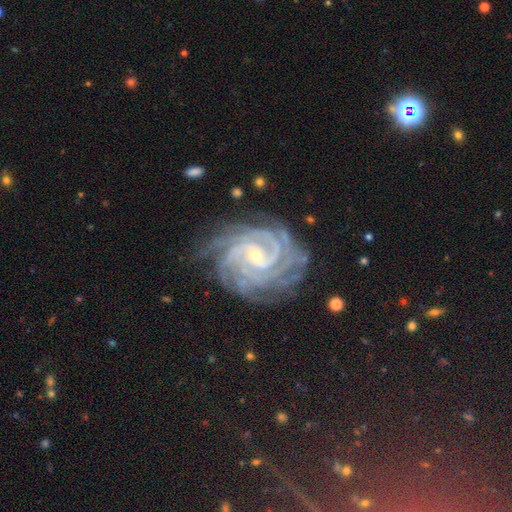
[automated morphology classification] Smooth or featured?
  - featured or disk: 92% *
  - star or artifact: 5%
  - smooth: 3%
Edge-on disk?
  - no: 98% *
  - yes: 2%
Bar?
  - no: 48% *
  - weak: 35%
  - strong: 17%
Spiral arms?
  - yes: 99% *
  - no: 1%
Spiral winding?
  - tight: 79% *
  - medium: 18%
  - loose: 2%
Spiral arm count?
  - 4: 31% *
  - more than 4: 25%
  - can't tell: 14%
  - 3: 13%
  - 2: 9%
  - 1: 8%
Bulge size?
  - small: 80% *
  - moderate: 17%
  - none: 1%
  - large: 1%
  - dominant: 1%
Merging?
  - none: 78% *
  - minor disturbance: 16%
  - major disturbance: 5%
  - merger: 1%